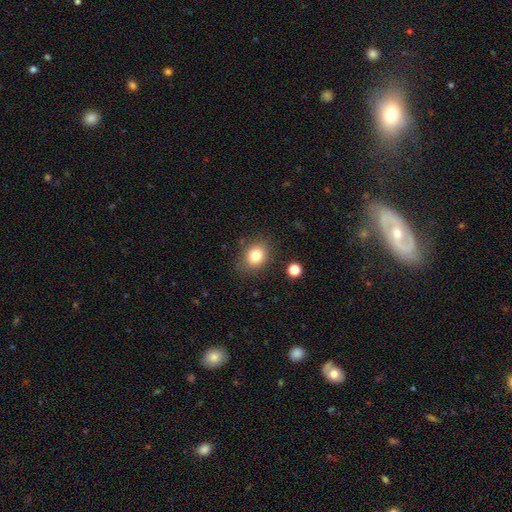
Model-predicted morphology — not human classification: Q: Smooth or featured?
A: smooth (80%); runner-up: star or artifact (11%)
Q: How rounded?
A: round (52%); runner-up: in between (47%)
Q: Merging?
A: none (83%); runner-up: minor disturbance (11%)